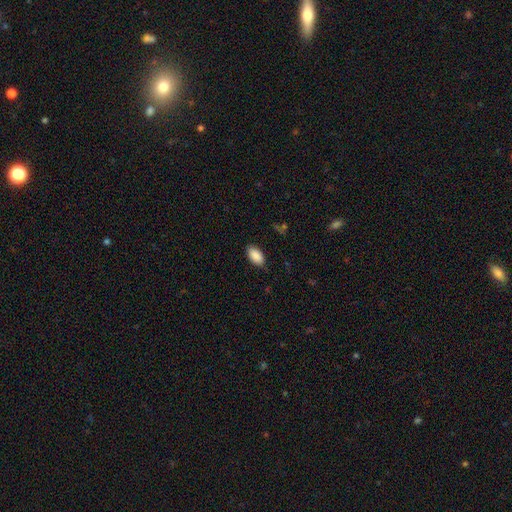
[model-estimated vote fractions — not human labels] A smooth galaxy with no disk features (90%) that is in between round and cigar-shaped (94%). Merging: none (86%).